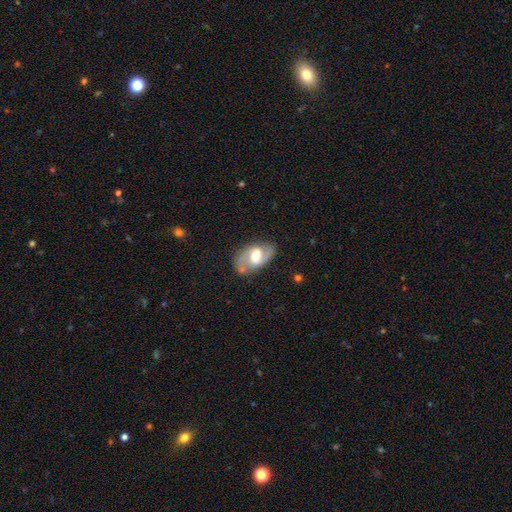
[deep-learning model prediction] smooth_or_featured: featured or disk (p=0.79) [alt: smooth p=0.16]
disk_edge_on: no (p=0.96) [alt: yes p=0.04]
bar: weak (p=0.52) [alt: no p=0.26]
has_spiral_arms: yes (p=0.90) [alt: no p=0.10]
spiral_winding: medium (p=0.53) [alt: loose p=0.27]
spiral_arm_count: 2 (p=0.89) [alt: can't tell p=0.05]
bulge_size: moderate (p=0.65) [alt: large p=0.19]
merging: none (p=0.74) [alt: minor disturbance p=0.17]